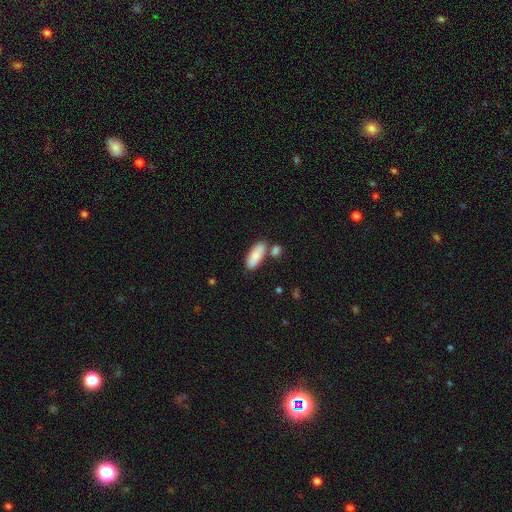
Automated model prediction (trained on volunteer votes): Overall: smooth (84%). How rounded: in between (77%). Merging: none (68%).